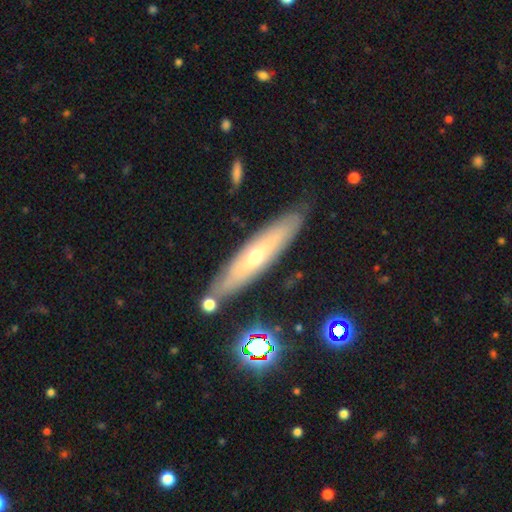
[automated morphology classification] Q: Smooth or featured?
A: featured or disk (54%); runner-up: smooth (37%)
Q: Edge-on disk?
A: yes (65%); runner-up: no (35%)
Q: Merging?
A: none (83%); runner-up: minor disturbance (11%)